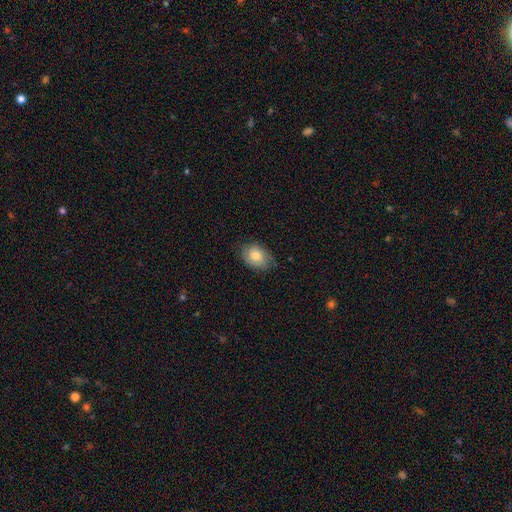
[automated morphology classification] smooth-or-featured: smooth: 78% | featured or disk: 15% | star or artifact: 7%
  how-rounded: in between: 77% | round: 22% | cigar-shaped: 1%
  merging: none: 72% | minor disturbance: 23% | major disturbance: 4% | merger: 1%